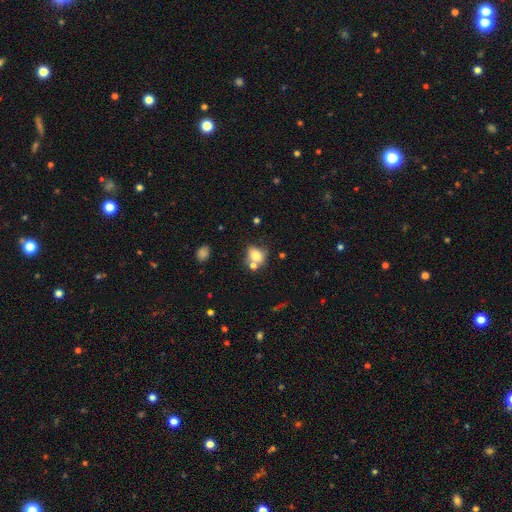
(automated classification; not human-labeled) Q: Smooth or featured?
A: smooth (74%); runner-up: featured or disk (15%)
Q: How rounded?
A: round (55%); runner-up: in between (43%)
Q: Merging?
A: none (44%); runner-up: merger (32%)